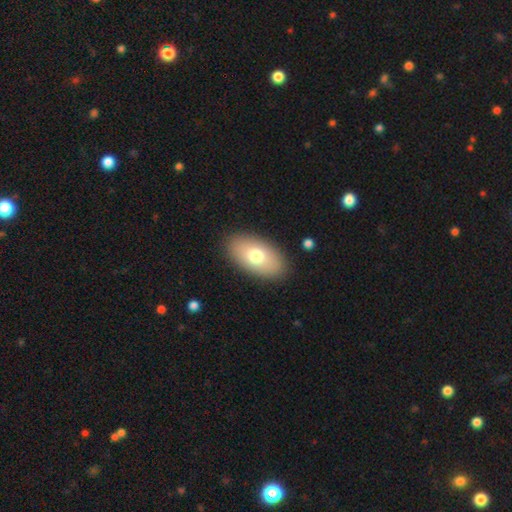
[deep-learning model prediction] This appears to be a smooth galaxy with no disk features (72%) that is in between round and cigar-shaped (93%). Merging: none (87%).